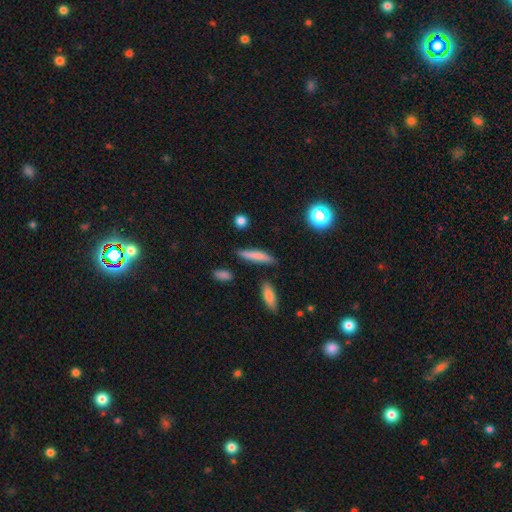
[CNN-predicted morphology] smooth 77%, featured or disk 16%, star or artifact 8%. Down the decision tree: how rounded — cigar-shaped (83%); merging — none (83%).